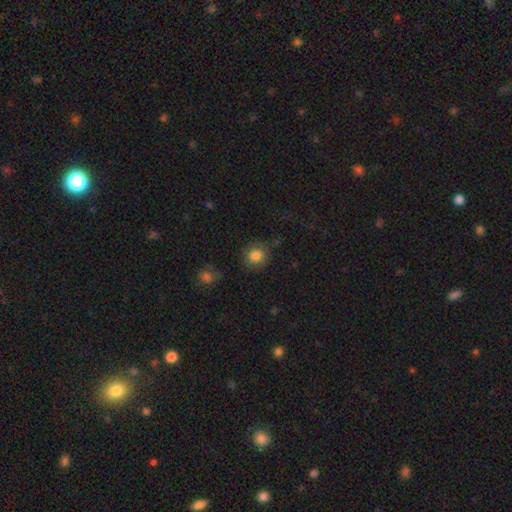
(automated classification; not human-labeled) Q: Smooth or featured?
A: smooth (84%); runner-up: star or artifact (10%)
Q: How rounded?
A: round (87%); runner-up: in between (12%)
Q: Merging?
A: none (79%); runner-up: minor disturbance (13%)